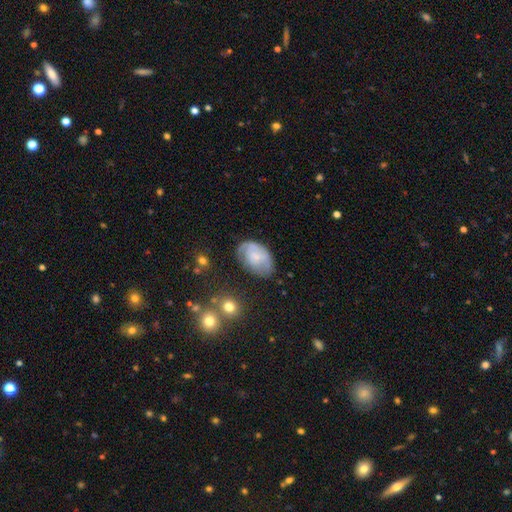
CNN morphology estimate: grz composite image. It shows a featured or disk galaxy (46%, tied with smooth). Merging: none (55%).